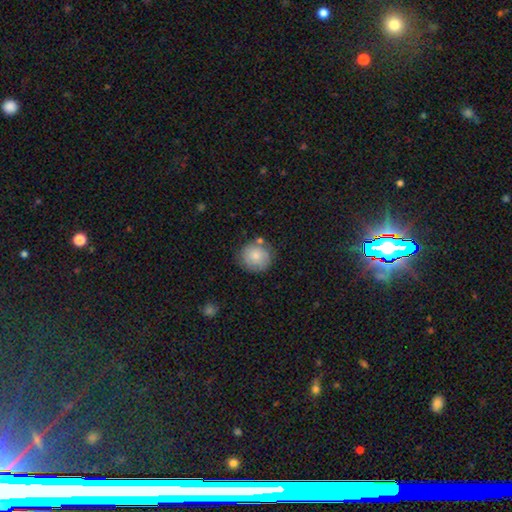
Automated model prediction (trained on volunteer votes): smooth_or_featured: smooth (p=0.76) [alt: featured or disk p=0.17]
how_rounded: round (p=0.90) [alt: in between p=0.09]
merging: none (p=0.74) [alt: minor disturbance p=0.15]